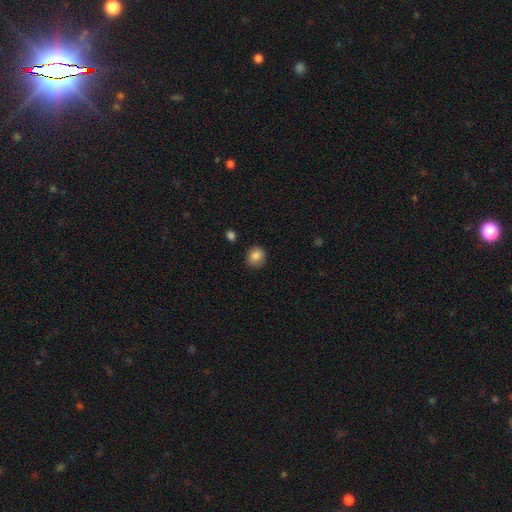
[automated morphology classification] This is clearly a smooth galaxy (86%). How rounded: likely round (77%). Merging: clearly none (85%).